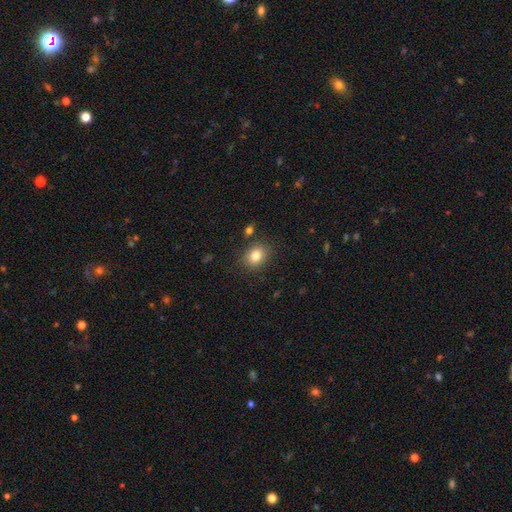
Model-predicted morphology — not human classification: Overall: smooth (82%). How rounded: round (55%; in between 45%). Merging: none (84%).